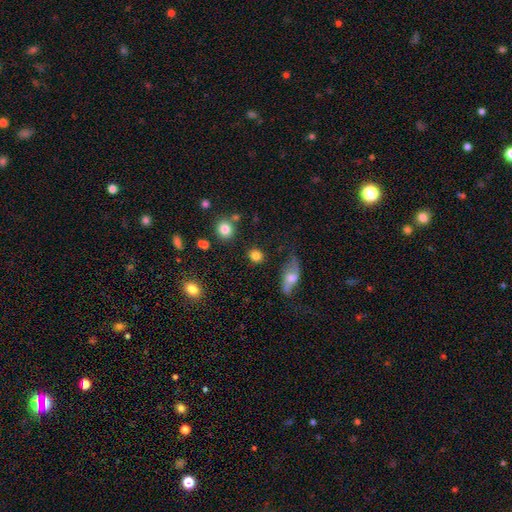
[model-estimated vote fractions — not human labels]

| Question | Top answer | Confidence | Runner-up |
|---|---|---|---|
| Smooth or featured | smooth | 82% | star or artifact (10%) |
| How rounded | round | 84% | in between (14%) |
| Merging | none | 81% | minor disturbance (10%) |